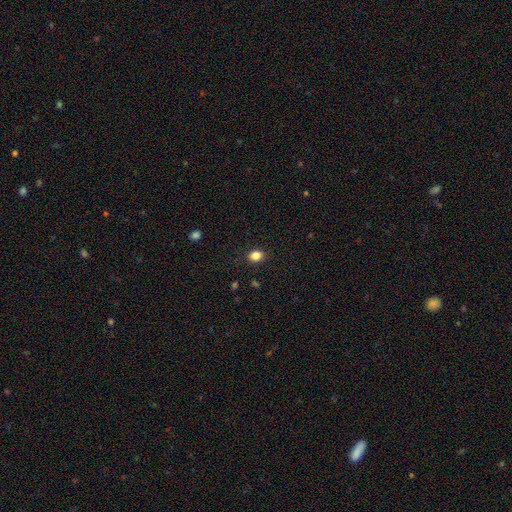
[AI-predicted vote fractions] Overall: smooth (85%). How rounded: round (56%; in between 43%). Merging: none (89%).